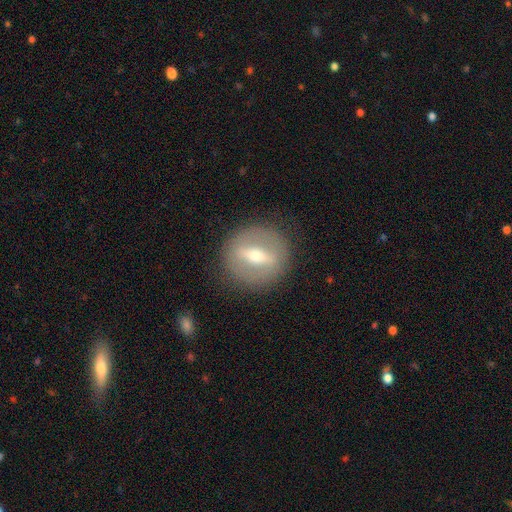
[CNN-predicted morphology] Smooth or featured: featured or disk — 66% (smooth — 27%)
Edge-on disk: no — 71% (yes — 29%)
Merging: none — 87% (minor disturbance — 9%)